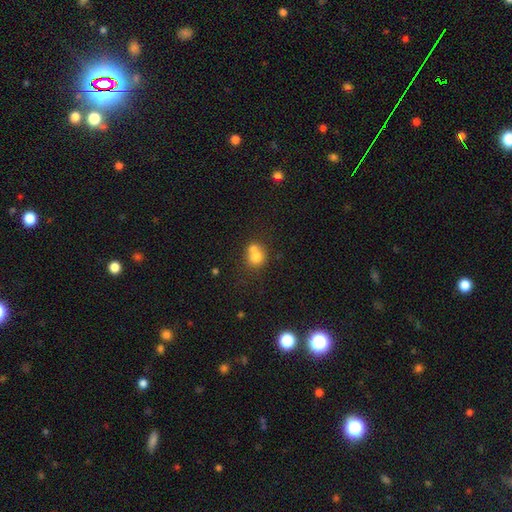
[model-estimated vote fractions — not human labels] Smooth or featured? Predicted: smooth (p=0.72). How rounded? Predicted: round (p=0.76). Merging? Predicted: merger (p=0.57).